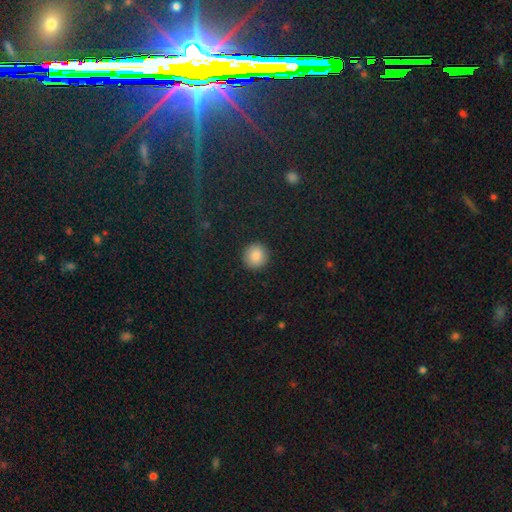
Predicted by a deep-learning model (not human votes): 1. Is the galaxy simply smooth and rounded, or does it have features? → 86% smooth, 9% star or artifact, 5% featured or disk.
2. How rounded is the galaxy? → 94% round, 5% in between, 1% cigar-shaped.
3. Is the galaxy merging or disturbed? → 92% none, 5% minor disturbance, 2% major disturbance, 1% merger.